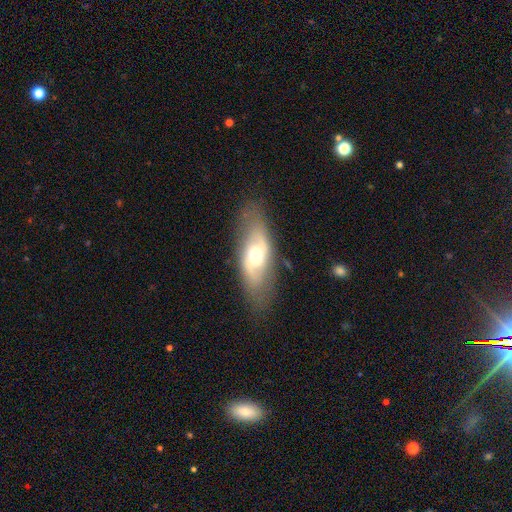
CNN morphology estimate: A featured or disk galaxy (58%). Merging: none (79%).